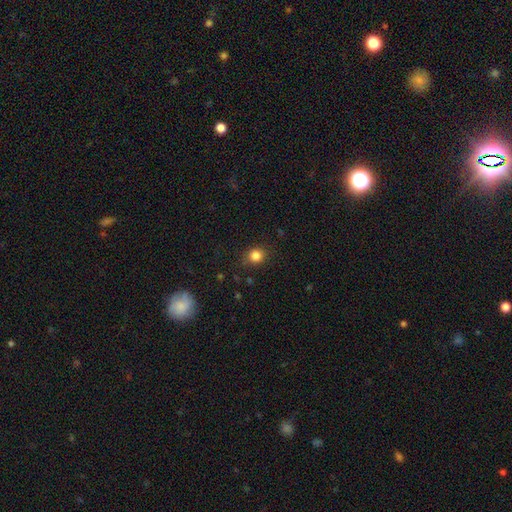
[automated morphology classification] Overall: smooth (84%). How rounded: round (77%). Merging: none (85%).